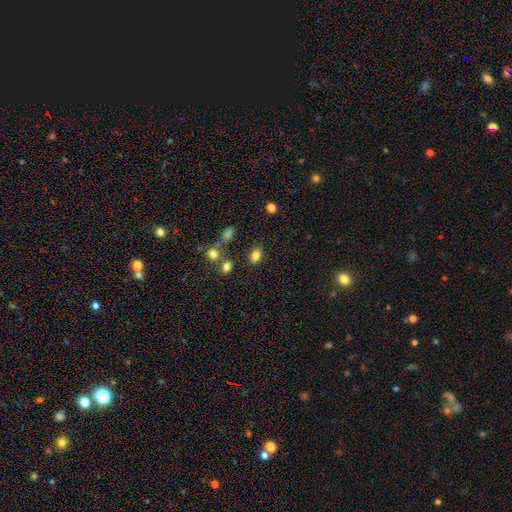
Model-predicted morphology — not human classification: Smooth or featured? Predicted: smooth (p=0.80). How rounded? Predicted: in between (p=0.76). Merging? Predicted: none (p=0.78).